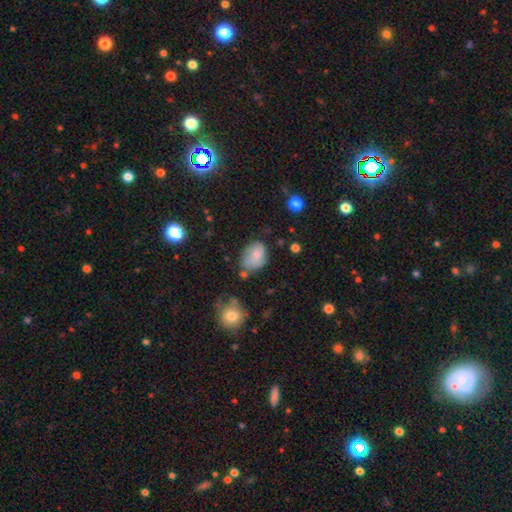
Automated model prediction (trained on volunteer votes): Smooth or featured? Predicted: smooth (p=0.76). How rounded? Predicted: in between (p=0.73). Merging? Predicted: none (p=0.51).